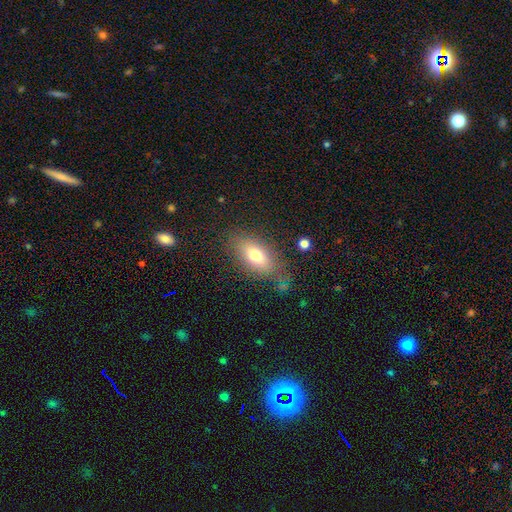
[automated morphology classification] smooth-or-featured: smooth: 73% | featured or disk: 17% | star or artifact: 9%
  how-rounded: in between: 86% | cigar-shaped: 7% | round: 7%
  merging: none: 76% | minor disturbance: 15% | major disturbance: 6% | merger: 3%